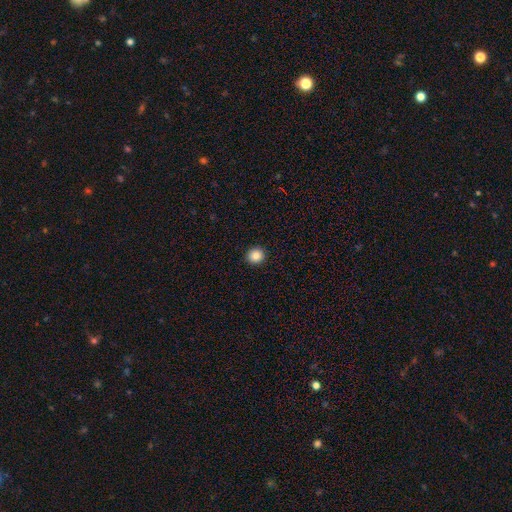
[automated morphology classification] type=smooth (86%); roundness=round (90%); merging=none (93%).